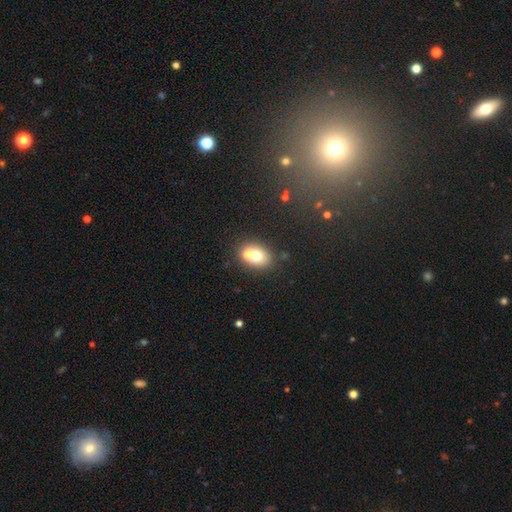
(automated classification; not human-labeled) This is likely a smooth galaxy (66%). How rounded: possibly round (51%). Merging: possibly merger (50%).